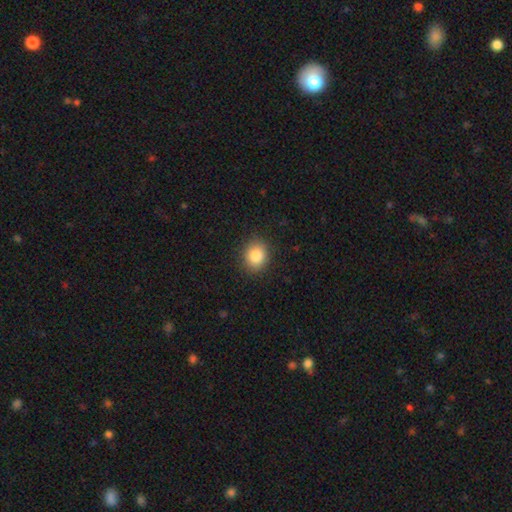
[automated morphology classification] Smooth or featured: smooth — 84% (star or artifact — 9%)
How rounded: round — 59% (in between — 40%)
Merging: none — 89% (minor disturbance — 8%)